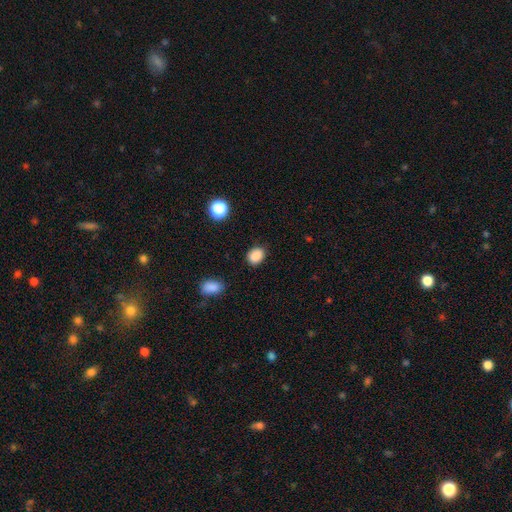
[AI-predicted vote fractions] Smooth or featured?
  - smooth: 87% *
  - star or artifact: 10%
  - featured or disk: 3%
How rounded?
  - in between: 56% *
  - round: 43%
  - cigar-shaped: 1%
Merging?
  - none: 83% *
  - minor disturbance: 12%
  - major disturbance: 3%
  - merger: 2%